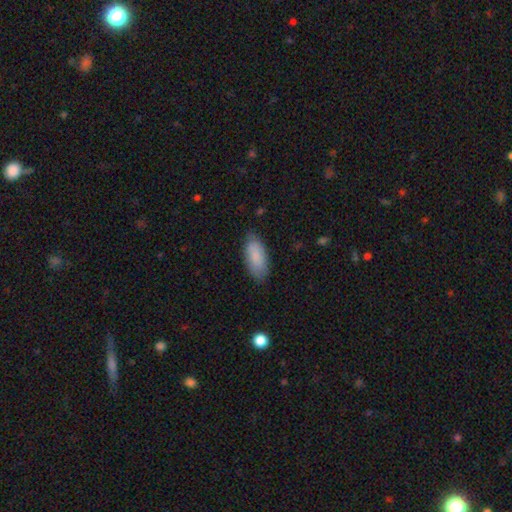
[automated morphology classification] Overall: smooth (85%). How rounded: in between (88%). Merging: none (80%).